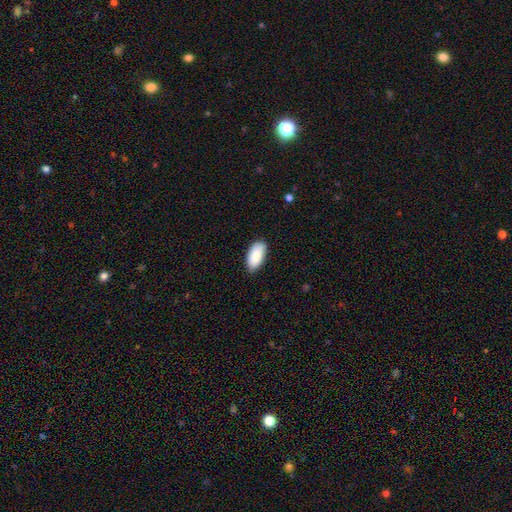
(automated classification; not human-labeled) This is clearly a smooth galaxy (88%). How rounded: clearly in between (95%). Merging: clearly none (81%).